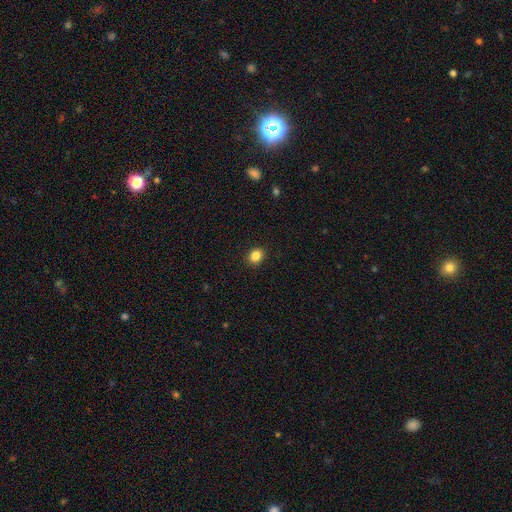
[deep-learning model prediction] A smooth galaxy with no disk features (84%) that is round (70%).

Vote fractions:
- Smooth or featured? smooth: 84% / star or artifact: 11% / featured or disk: 4%
- How rounded? round: 70% / in between: 30% / cigar-shaped: 1%
- Merging? none: 91% / minor disturbance: 6% / major disturbance: 2% / merger: 1%